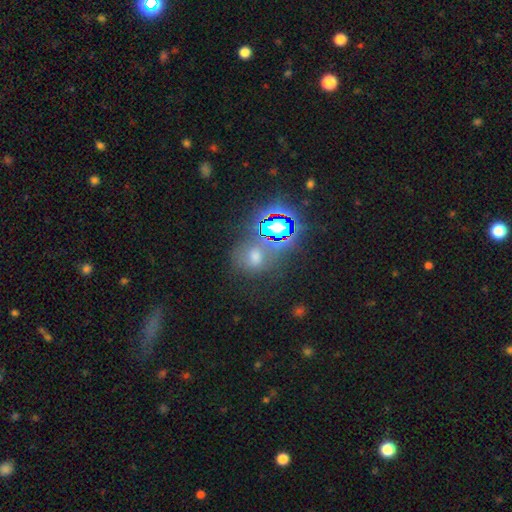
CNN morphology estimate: smooth-or-featured: star or artifact: 48% | smooth: 40% | featured or disk: 12%